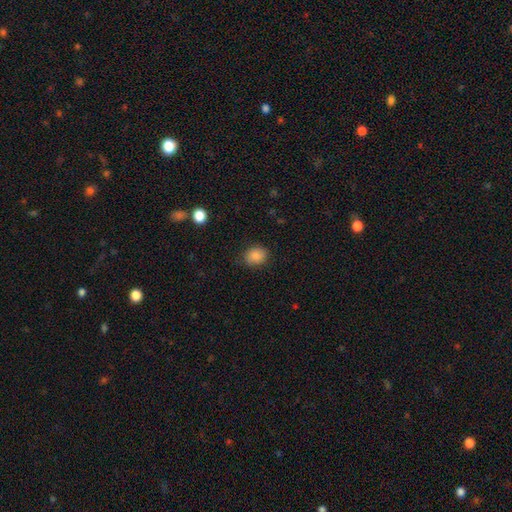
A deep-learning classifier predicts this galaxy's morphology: Q: Smooth or featured?
A: smooth (86%); runner-up: star or artifact (9%)
Q: How rounded?
A: round (56%); runner-up: in between (44%)
Q: Merging?
A: none (83%); runner-up: minor disturbance (13%)